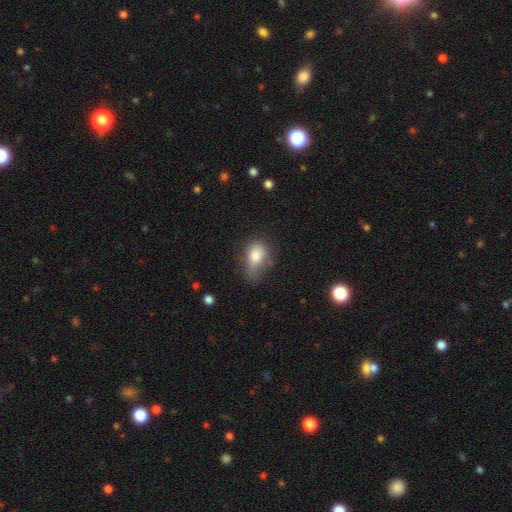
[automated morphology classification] Smooth or featured? smooth (80%)
How rounded? in between (80%)
Merging? none (39%, tied with minor disturbance)